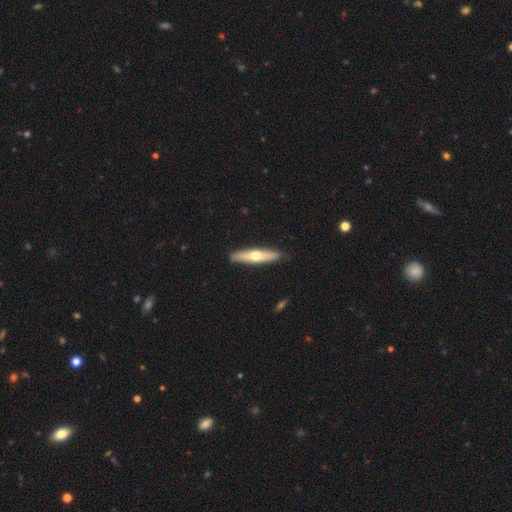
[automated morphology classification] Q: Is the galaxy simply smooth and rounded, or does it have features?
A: smooth — 50%.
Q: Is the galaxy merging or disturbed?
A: none — 90%.